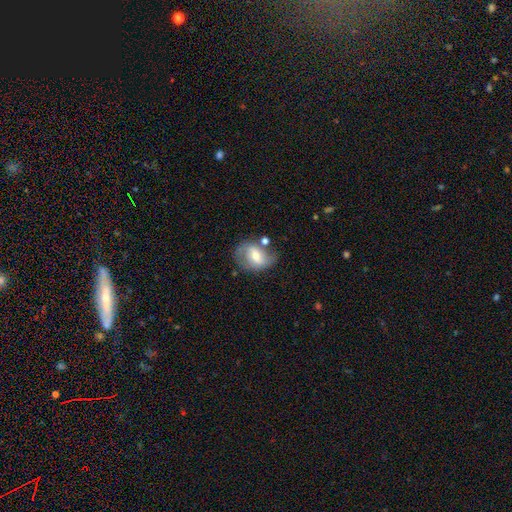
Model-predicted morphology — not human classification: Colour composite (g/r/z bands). It shows a featured or disk galaxy (52%). Merging: none (57%).